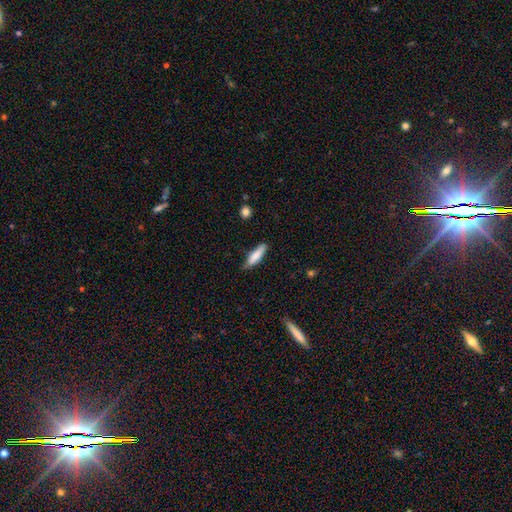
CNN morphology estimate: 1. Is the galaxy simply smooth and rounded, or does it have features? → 76% smooth, 18% featured or disk, 6% star or artifact.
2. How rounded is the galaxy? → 69% cigar-shaped, 30% in between, 2% round.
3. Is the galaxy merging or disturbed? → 77% none, 19% minor disturbance, 3% major disturbance, 2% merger.